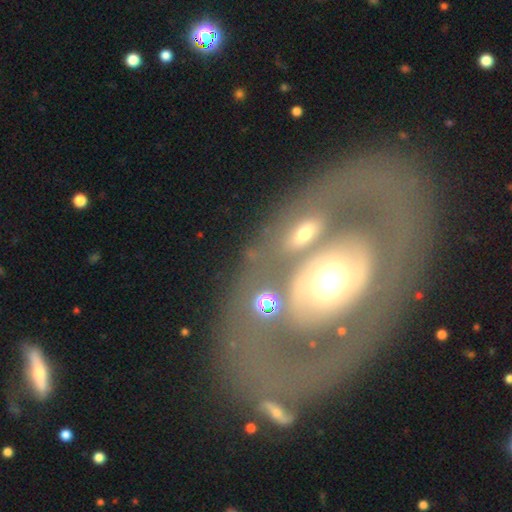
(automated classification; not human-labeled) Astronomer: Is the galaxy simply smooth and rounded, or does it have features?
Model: featured or disk — 69%.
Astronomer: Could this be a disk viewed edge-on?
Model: no — 92%.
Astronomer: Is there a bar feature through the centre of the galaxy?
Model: no — 83%.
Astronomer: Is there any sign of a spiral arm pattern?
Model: no — 78%.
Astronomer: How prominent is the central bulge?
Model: moderate — 57%.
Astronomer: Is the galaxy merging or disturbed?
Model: none — 76%.